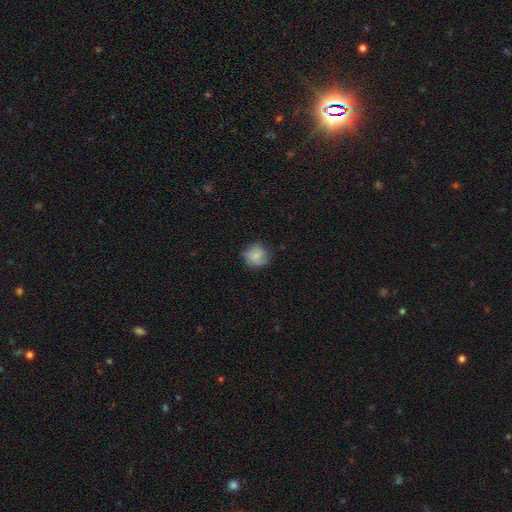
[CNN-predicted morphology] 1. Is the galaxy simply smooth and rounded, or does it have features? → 82% smooth, 10% featured or disk, 8% star or artifact.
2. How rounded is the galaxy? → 90% round, 9% in between, 1% cigar-shaped.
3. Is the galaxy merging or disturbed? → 77% none, 18% minor disturbance, 4% major disturbance, 1% merger.